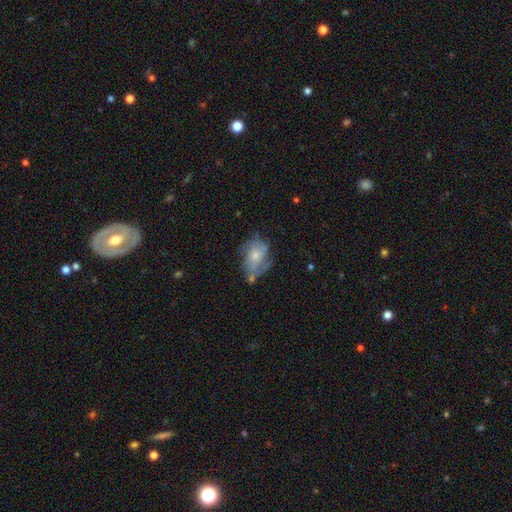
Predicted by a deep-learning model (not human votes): Q: Smooth or featured?
A: featured or disk (58%); runner-up: smooth (34%)
Q: Edge-on disk?
A: no (96%); runner-up: yes (4%)
Q: Bar?
A: no (77%); runner-up: weak (20%)
Q: Spiral arms?
A: yes (71%); runner-up: no (29%)
Q: Bulge size?
A: small (51%); runner-up: moderate (38%)
Q: Merging?
A: none (42%); runner-up: minor disturbance (28%)